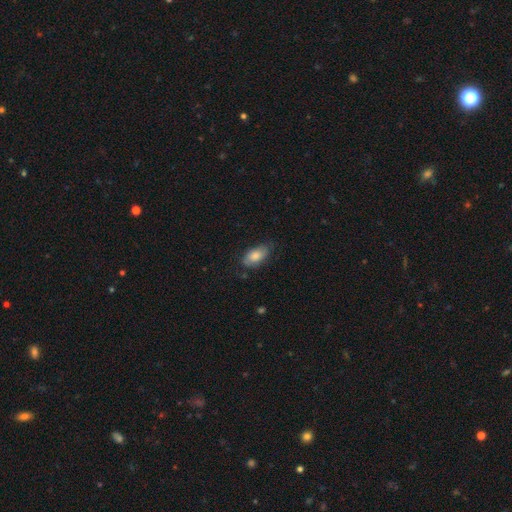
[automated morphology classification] Smooth or featured: smooth — 75% (featured or disk — 18%)
How rounded: in between — 92% (round — 5%)
Merging: none — 64% (minor disturbance — 27%)